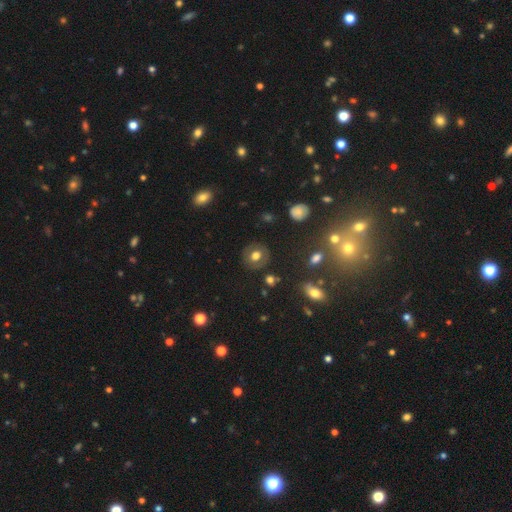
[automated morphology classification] Q: Smooth or featured?
A: smooth (62%); runner-up: featured or disk (27%)
Q: How rounded?
A: round (81%); runner-up: in between (18%)
Q: Merging?
A: none (85%); runner-up: minor disturbance (10%)